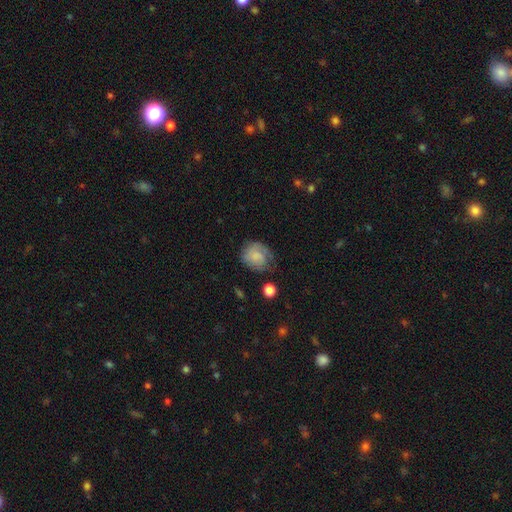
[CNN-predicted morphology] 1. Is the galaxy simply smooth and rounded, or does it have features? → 63% smooth, 29% featured or disk, 9% star or artifact.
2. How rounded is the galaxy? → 67% round, 32% in between, 1% cigar-shaped.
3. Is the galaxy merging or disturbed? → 55% none, 28% minor disturbance, 15% major disturbance, 3% merger.